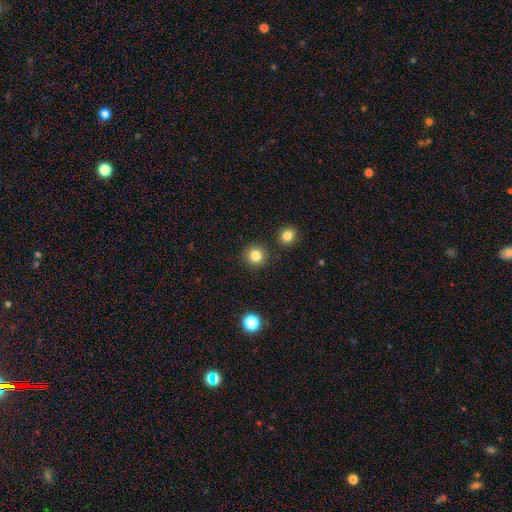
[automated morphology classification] The model was most divided on "smooth or featured": smooth: 84%, star or artifact: 11%, featured or disk: 5%. More confident: how rounded — round (94%); merging — none (90%).